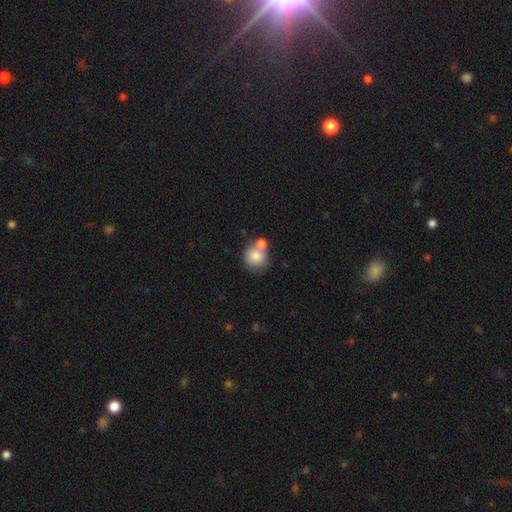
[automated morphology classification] Smooth or featured? Predicted: smooth (p=0.82). How rounded? Predicted: round (p=0.83). Merging? Predicted: none (p=0.44).